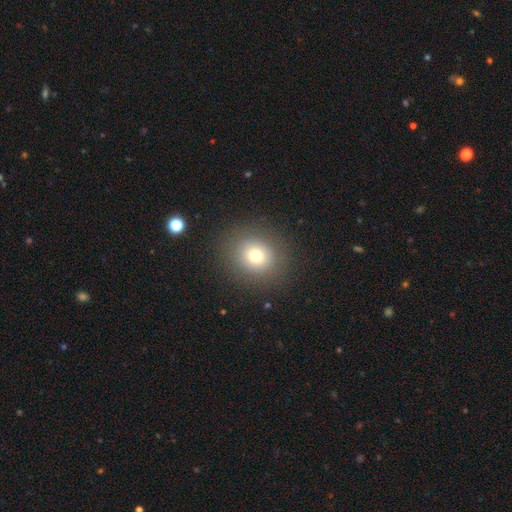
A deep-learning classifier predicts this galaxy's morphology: Smooth or featured: smooth — 74% (star or artifact — 14%)
How rounded: round — 81% (in between — 18%)
Merging: none — 88% (minor disturbance — 7%)